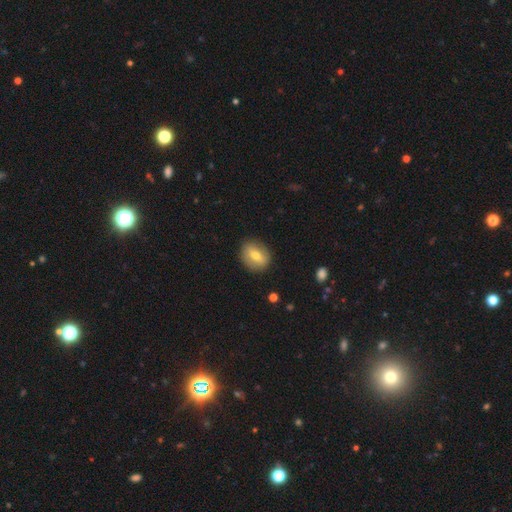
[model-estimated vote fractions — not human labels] Smooth or featured: smooth — 60% (featured or disk — 33%)
How rounded: round — 52% (in between — 46%)
Merging: none — 86% (minor disturbance — 10%)